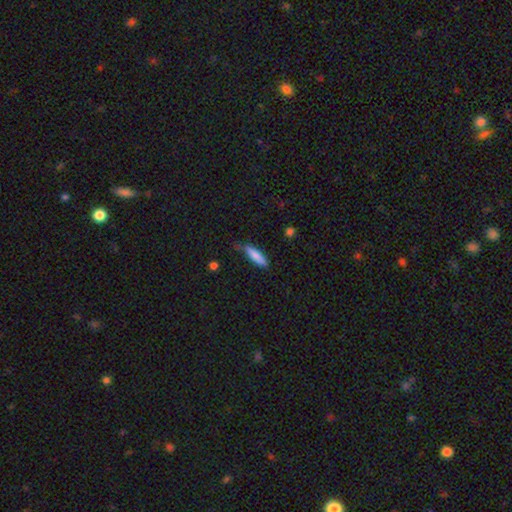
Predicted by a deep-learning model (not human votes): smooth-or-featured: smooth: 81% | featured or disk: 13% | star or artifact: 6%
  how-rounded: cigar-shaped: 68% | in between: 30% | round: 2%
  merging: none: 60% | minor disturbance: 31% | major disturbance: 7% | merger: 2%